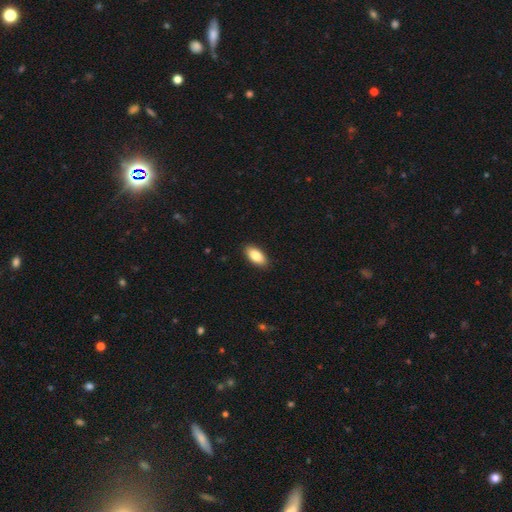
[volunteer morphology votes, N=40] A smooth galaxy with no disk features (90%) that is in between round and cigar-shaped (92%). Merging: none (92%).